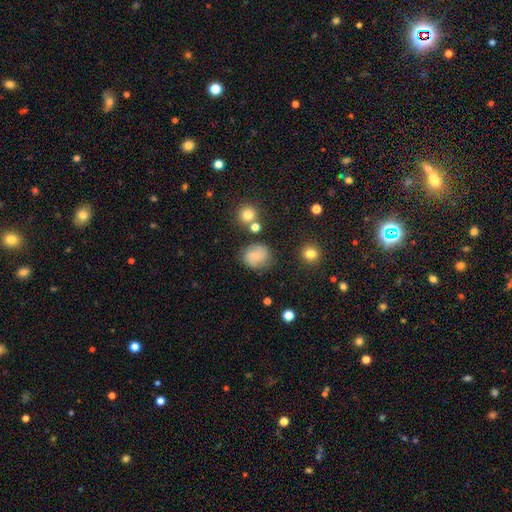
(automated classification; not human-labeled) Smooth or featured? smooth (56%)
How rounded? round (77%)
Merging? none (72%)